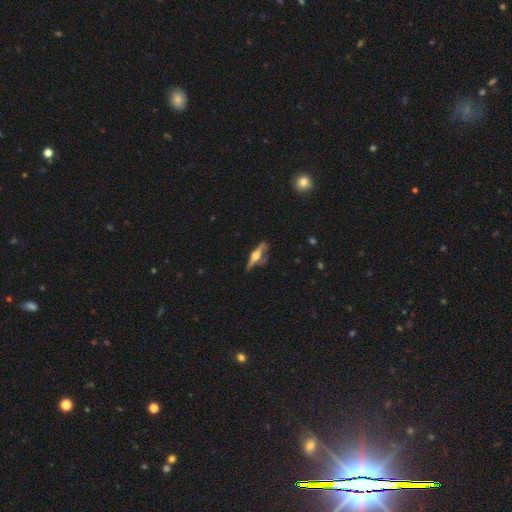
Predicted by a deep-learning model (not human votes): A featured or disk galaxy (70%) viewed edge-on (94%) with a rounded central bulge (93%). Merging: none (66%).